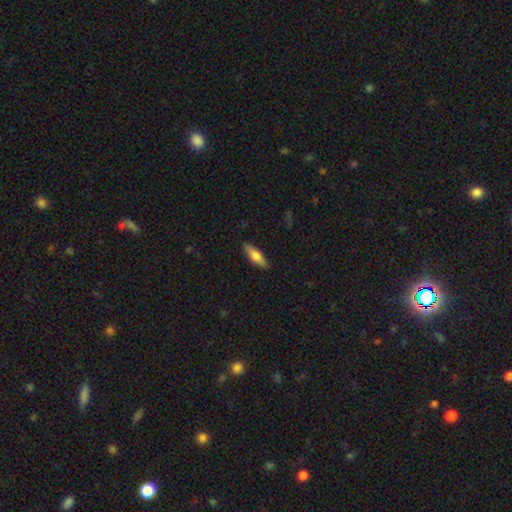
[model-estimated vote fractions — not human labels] This appears to be a smooth galaxy with no disk features (73%) that is cigar-shaped (49%, tied with in between). Merging: none (88%).